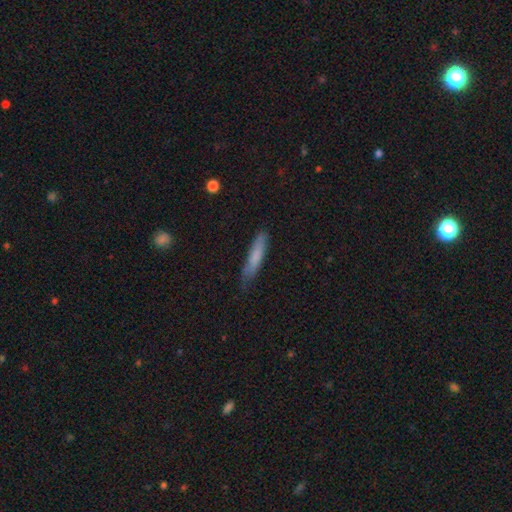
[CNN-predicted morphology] Overall: smooth (74%). How rounded: cigar-shaped (87%). Merging: none (72%).